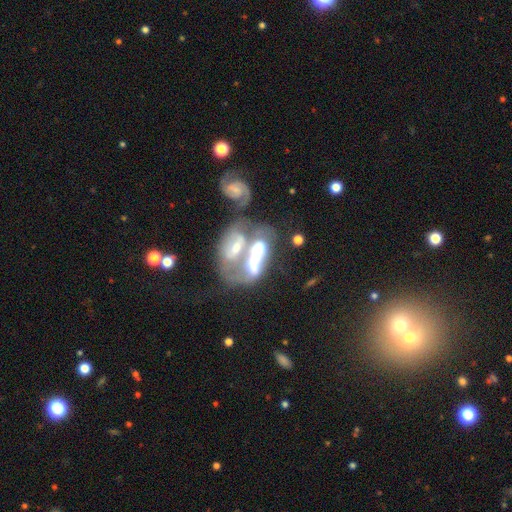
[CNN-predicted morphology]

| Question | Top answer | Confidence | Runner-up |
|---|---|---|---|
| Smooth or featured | featured or disk | 62% | smooth (28%) |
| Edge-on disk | no | 91% | yes (9%) |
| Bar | no | 54% | strong (28%) |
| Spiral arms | no | 63% | yes (37%) |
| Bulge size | moderate | 31% | none (29%) |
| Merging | merger | 69% | major disturbance (16%) |